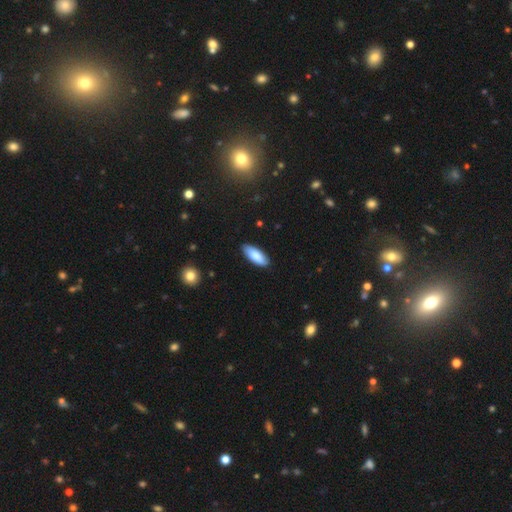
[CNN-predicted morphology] This is clearly a smooth galaxy (84%). How rounded: likely in between (78%). Merging: clearly none (86%).